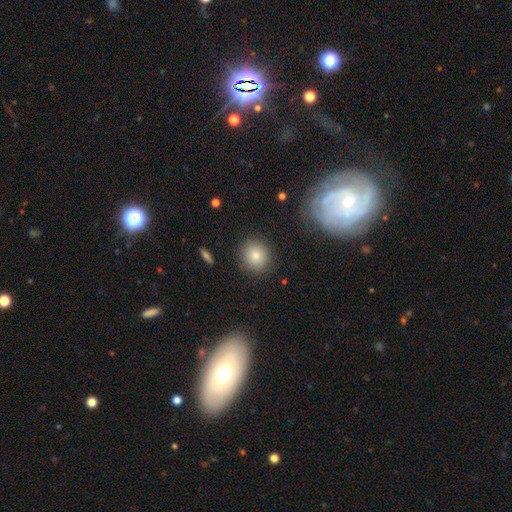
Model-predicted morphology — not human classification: smooth-or-featured: smooth: 79% | star or artifact: 11% | featured or disk: 9%
  how-rounded: round: 87% | in between: 12% | cigar-shaped: 1%
  merging: none: 88% | minor disturbance: 8% | major disturbance: 3% | merger: 2%